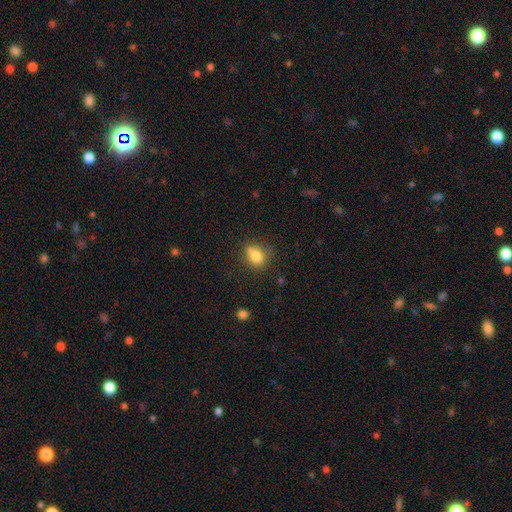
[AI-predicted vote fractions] Smooth or featured? smooth (78%)
How rounded? round (53%)
Merging? none (53%)